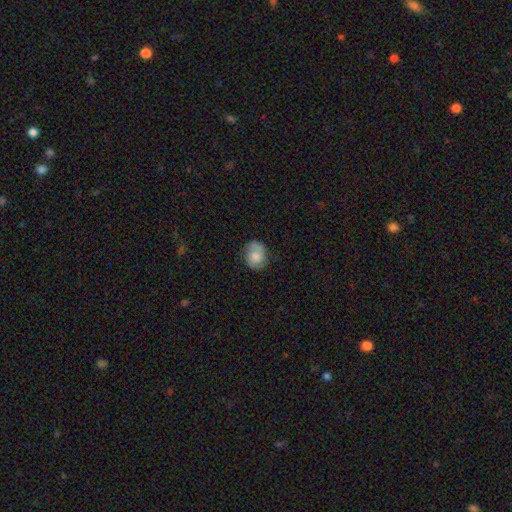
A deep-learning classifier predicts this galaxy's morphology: Smooth or featured? Predicted: smooth (p=0.64). How rounded? Predicted: round (p=0.57). Merging? Predicted: none (p=0.67).